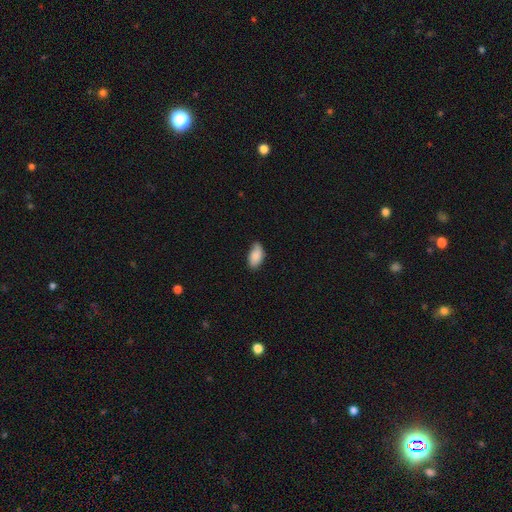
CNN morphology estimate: Overall: smooth (86%). How rounded: in between (94%). Merging: none (62%; minor disturbance 31%).